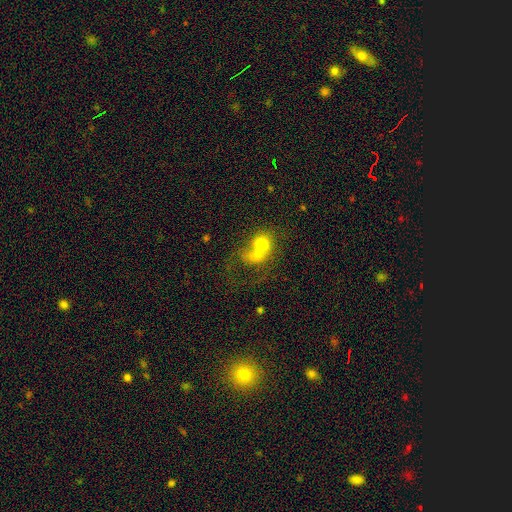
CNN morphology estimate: Smooth or featured: smooth — 58% (featured or disk — 30%)
How rounded: round — 62% (in between — 36%)
Merging: merger — 72% (none — 14%)